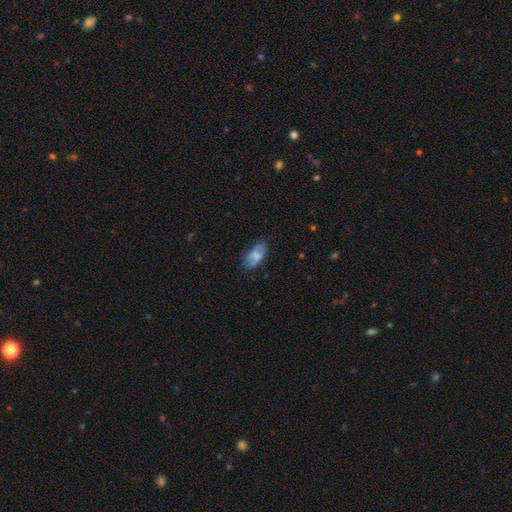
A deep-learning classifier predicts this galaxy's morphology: Overall: smooth (73%). How rounded: in between (90%). Merging: none (73%).